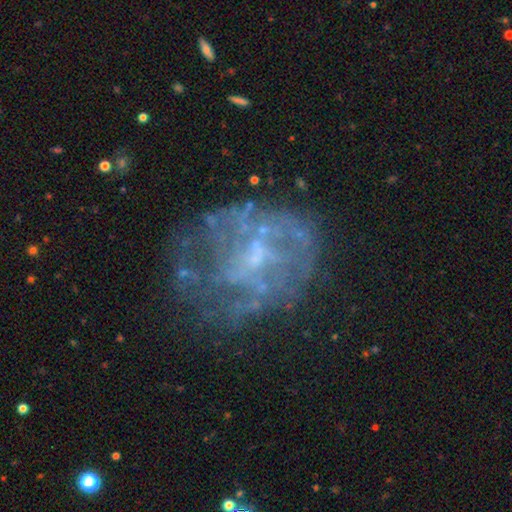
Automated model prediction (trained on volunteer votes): smooth_or_featured: featured or disk (p=0.69) [alt: smooth p=0.18]
disk_edge_on: no (p=0.98) [alt: yes p=0.02]
bar: no (p=0.66) [alt: weak p=0.28]
has_spiral_arms: no (p=0.63) [alt: yes p=0.37]
bulge_size: small (p=0.50) [alt: none p=0.30]
merging: none (p=0.54) [alt: major disturbance p=0.22]